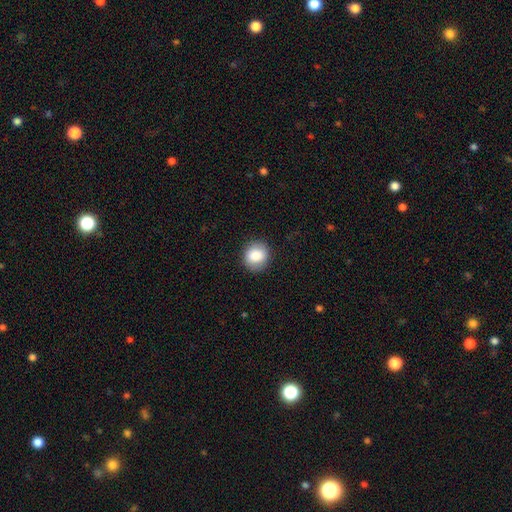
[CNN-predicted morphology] The model was most divided on "how rounded": round: 82%, in between: 17%, cigar-shaped: 1%. More confident: merging — none (88%); smooth or featured — smooth (83%).